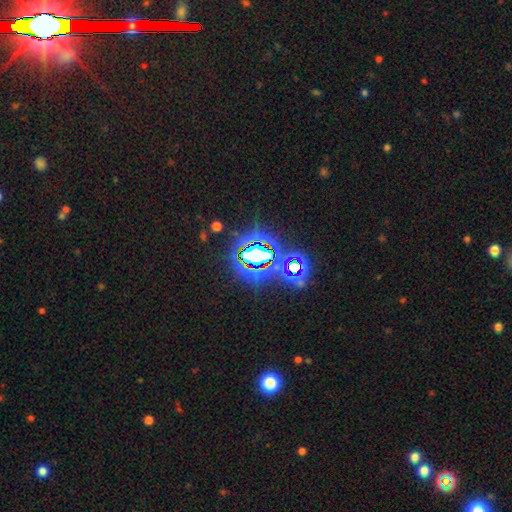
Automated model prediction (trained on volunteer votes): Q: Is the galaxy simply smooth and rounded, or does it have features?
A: star or artifact — 75%.